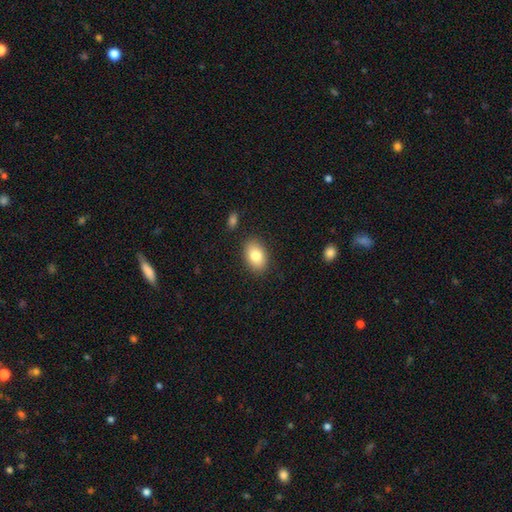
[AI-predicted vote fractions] smooth_or_featured: smooth (p=0.82) [alt: featured or disk p=0.11]
how_rounded: in between (p=0.87) [alt: round p=0.12]
merging: none (p=0.86) [alt: minor disturbance p=0.10]